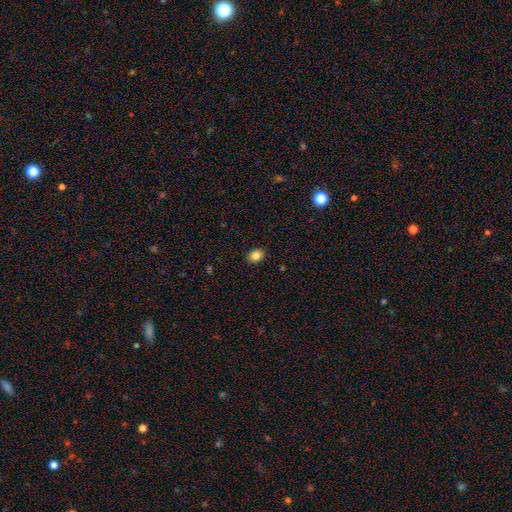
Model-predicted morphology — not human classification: This is clearly a smooth galaxy (85%). How rounded: likely in between (61%). Merging: clearly none (90%).